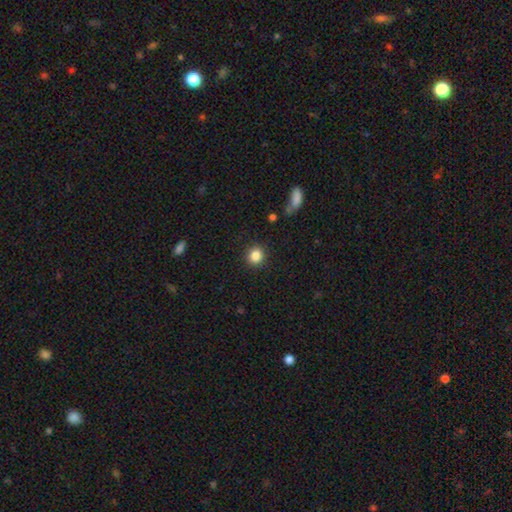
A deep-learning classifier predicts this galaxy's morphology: smooth 85%, star or artifact 10%, featured or disk 5%. Down the decision tree: how rounded — round (88%); merging — none (90%).